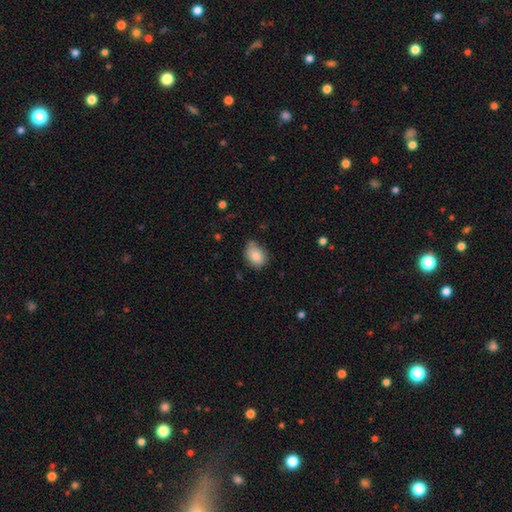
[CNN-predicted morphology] Smooth or featured? smooth (82%)
How rounded? in between (63%)
Merging? none (64%)